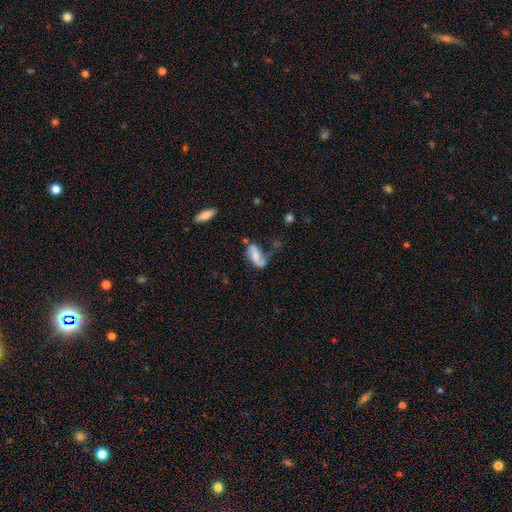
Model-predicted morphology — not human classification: Overall: featured or disk (61%; smooth 31%). Edge-on disk: no (94%). Bar: no (49%; weak 35%). Spiral arms: yes (88%). Spiral arm count: 2 (81%). Spiral winding: loose (62%; medium 27%). Bulge size: moderate (37%; small 31%). Merging: none (44%; minor disturbance 26%).